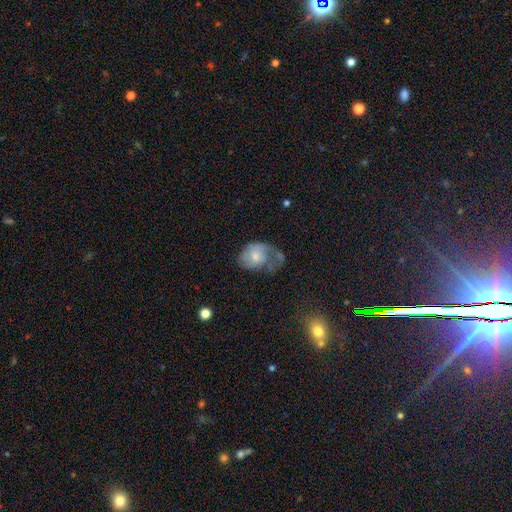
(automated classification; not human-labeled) Smooth or featured?
  - smooth: 50% *
  - featured or disk: 43%
  - star or artifact: 7%
How rounded?
  - in between: 72% *
  - round: 27%
  - cigar-shaped: 1%
Merging?
  - major disturbance: 47% *
  - minor disturbance: 25%
  - none: 21%
  - merger: 7%